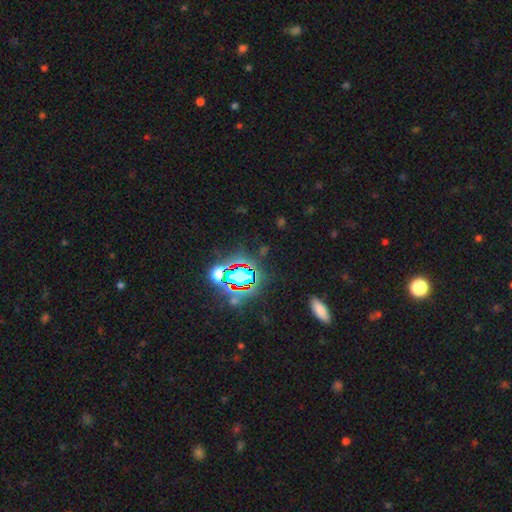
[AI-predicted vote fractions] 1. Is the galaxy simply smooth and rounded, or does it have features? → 79% star or artifact, 13% smooth, 9% featured or disk.